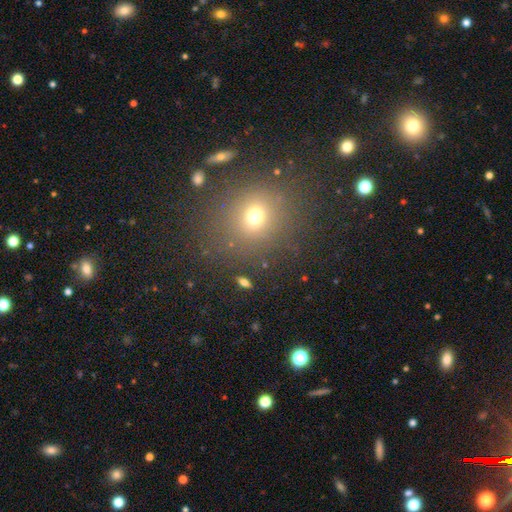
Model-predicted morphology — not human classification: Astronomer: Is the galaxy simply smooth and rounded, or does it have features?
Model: smooth — 56% (runner-up: star or artifact, 35%).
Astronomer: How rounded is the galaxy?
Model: round — 78%.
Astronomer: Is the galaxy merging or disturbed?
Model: none — 87%.